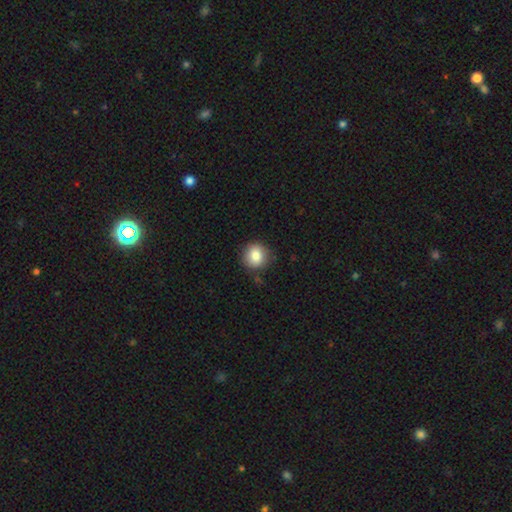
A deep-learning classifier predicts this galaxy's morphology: Smooth or featured: smooth — 84% (star or artifact — 9%)
How rounded: round — 89% (in between — 10%)
Merging: none — 85% (minor disturbance — 10%)